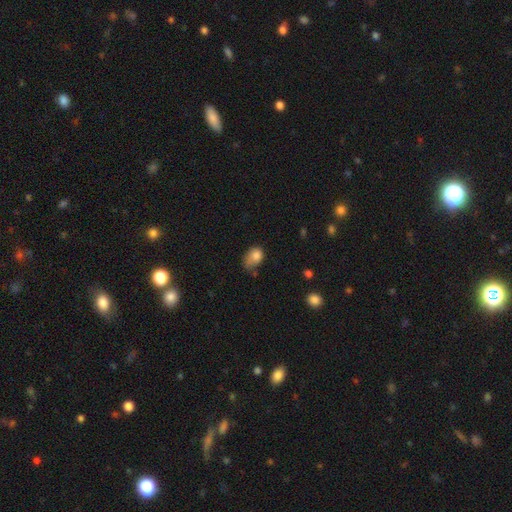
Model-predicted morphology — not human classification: Q: Smooth or featured?
A: smooth (81%); runner-up: featured or disk (10%)
Q: How rounded?
A: in between (70%); runner-up: round (29%)
Q: Merging?
A: minor disturbance (39%); runner-up: none (33%)